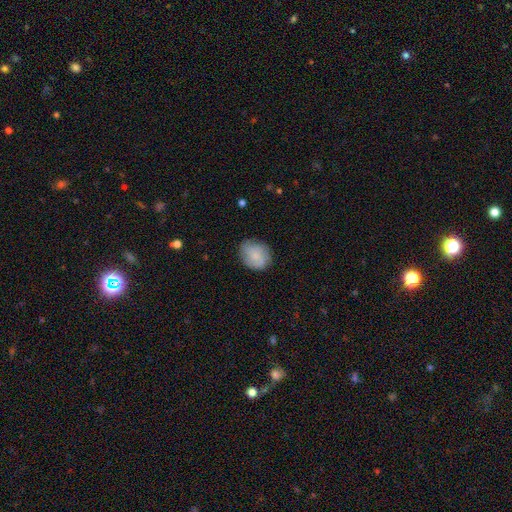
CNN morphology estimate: Smooth or featured? smooth (70%)
How rounded? round (54%)
Merging? none (72%)